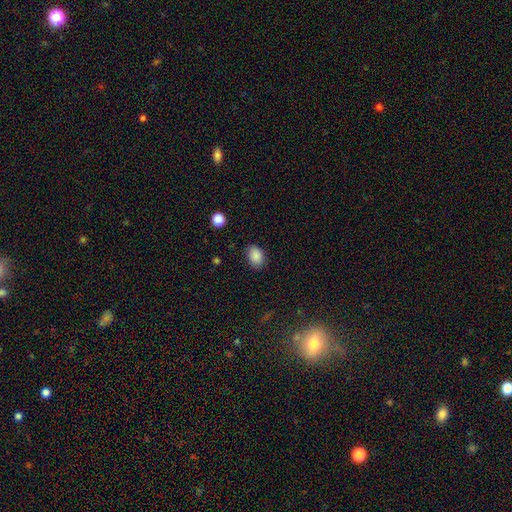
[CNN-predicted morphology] smooth_or_featured: smooth (p=0.87) [alt: star or artifact p=0.09]
how_rounded: in between (p=0.80) [alt: round p=0.19]
merging: none (p=0.83) [alt: minor disturbance p=0.13]